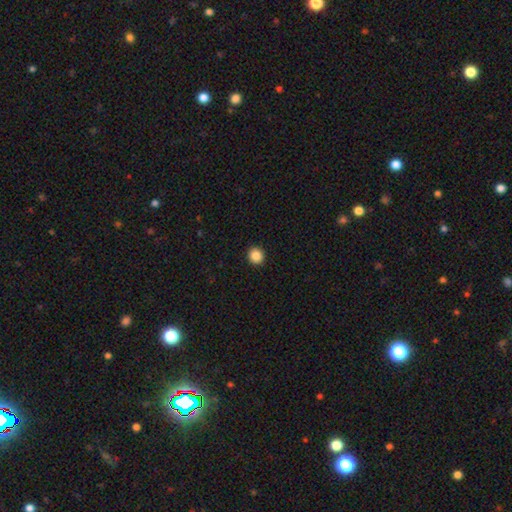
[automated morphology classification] This appears to be a smooth galaxy with no disk features (87%) that is round (91%). Merging: none (93%).